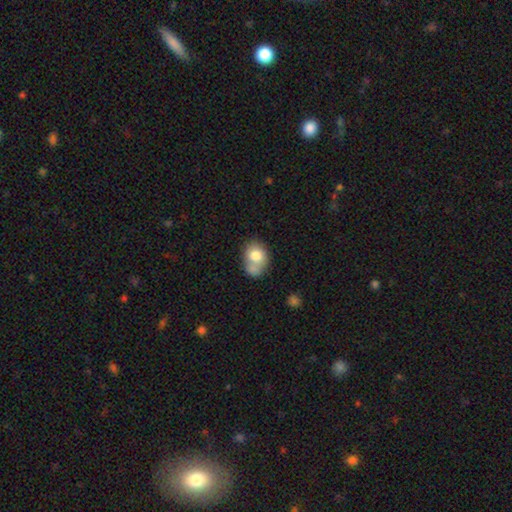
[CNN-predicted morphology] Smooth or featured? Predicted: smooth (p=0.76). How rounded? Predicted: in between (p=0.54). Merging? Predicted: merger (p=0.40).